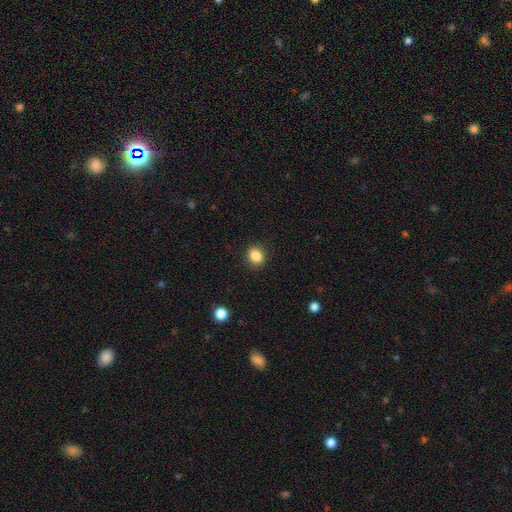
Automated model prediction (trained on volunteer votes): Smooth or featured? smooth (86%)
How rounded? round (60%)
Merging? none (90%)